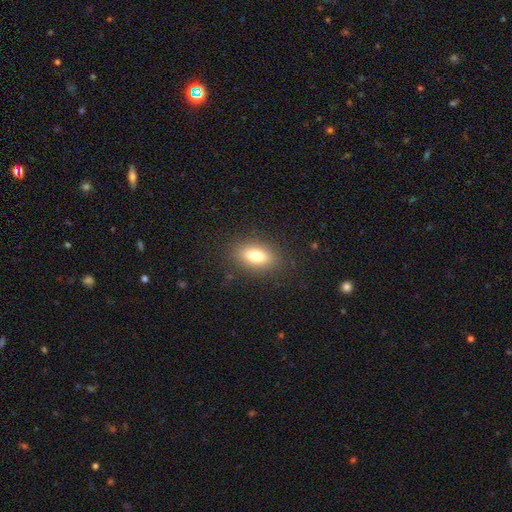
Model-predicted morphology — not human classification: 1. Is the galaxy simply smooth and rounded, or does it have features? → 77% smooth, 14% featured or disk, 9% star or artifact.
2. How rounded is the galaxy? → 84% in between, 9% cigar-shaped, 7% round.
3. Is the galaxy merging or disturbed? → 86% none, 10% minor disturbance, 4% major disturbance, 1% merger.